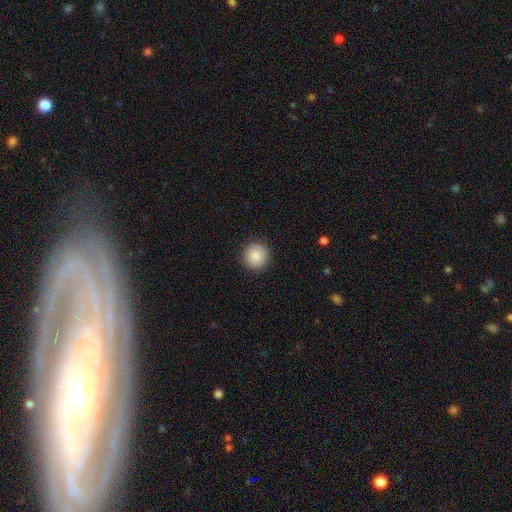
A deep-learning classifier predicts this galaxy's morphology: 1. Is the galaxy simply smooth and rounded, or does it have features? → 86% smooth, 8% star or artifact, 6% featured or disk.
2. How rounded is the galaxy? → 94% round, 6% in between, 1% cigar-shaped.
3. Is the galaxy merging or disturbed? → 91% none, 6% minor disturbance, 2% major disturbance, 1% merger.